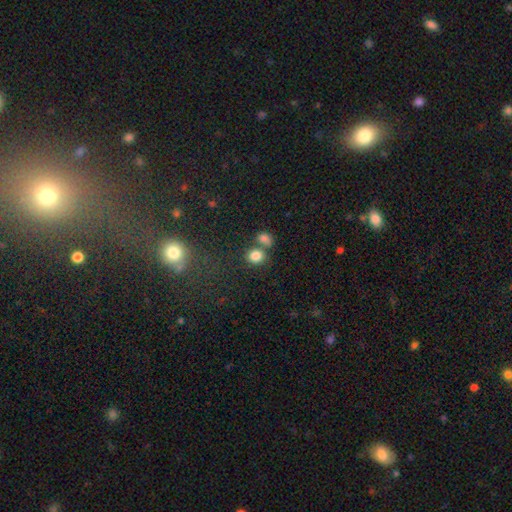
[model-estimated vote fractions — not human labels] smooth 81%, star or artifact 13%, featured or disk 7%. Down the decision tree: how rounded — round (64%); merging — none (53%).